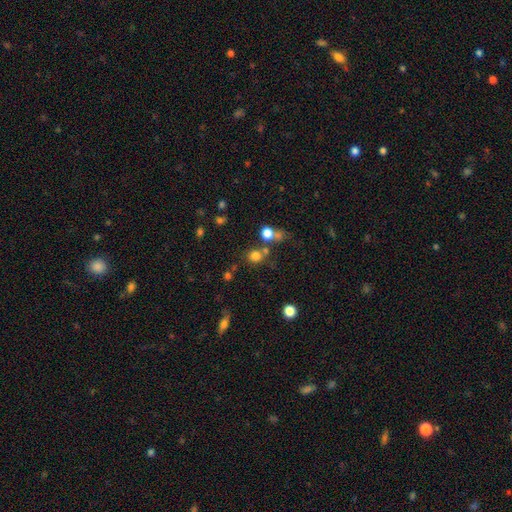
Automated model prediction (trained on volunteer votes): smooth-or-featured: smooth: 75% | star or artifact: 18% | featured or disk: 7%
  how-rounded: round: 84% | in between: 15% | cigar-shaped: 1%
  merging: none: 66% | merger: 20% | minor disturbance: 9% | major disturbance: 5%